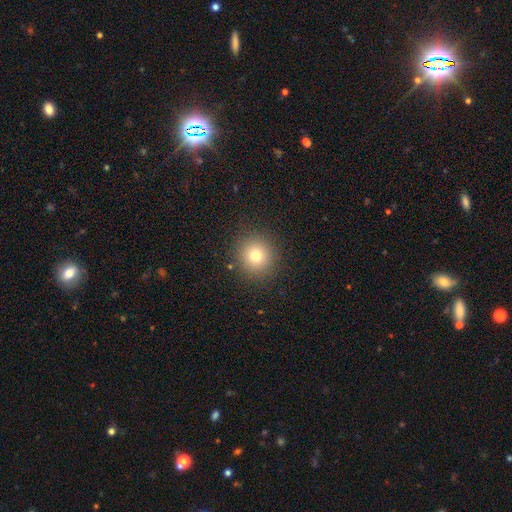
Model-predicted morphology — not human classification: A smooth galaxy with no disk features (76%) that is round (92%). Merging: none (89%).